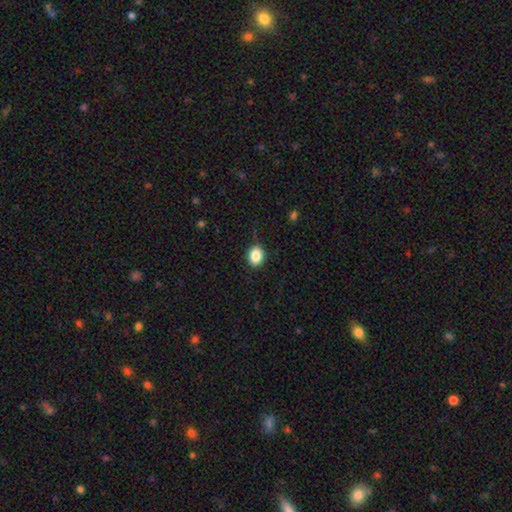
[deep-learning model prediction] This appears to be a smooth galaxy with no disk features (86%) that is round (52%). Merging: none (83%).